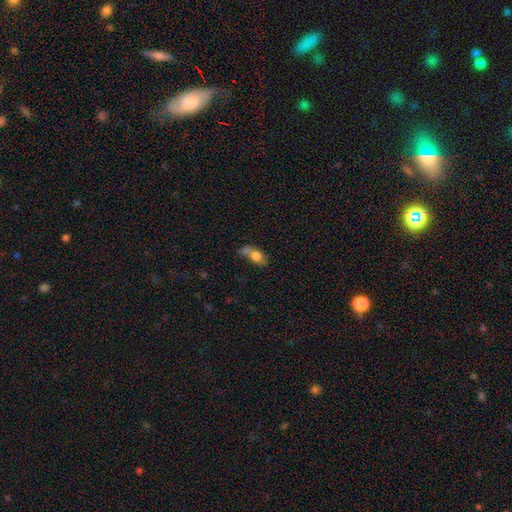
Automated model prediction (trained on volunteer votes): The model was most divided on "merging": merger: 45%, none: 25%, minor disturbance: 17%, major disturbance: 13%. More confident: smooth or featured — smooth (71%); how rounded — in between (66%).